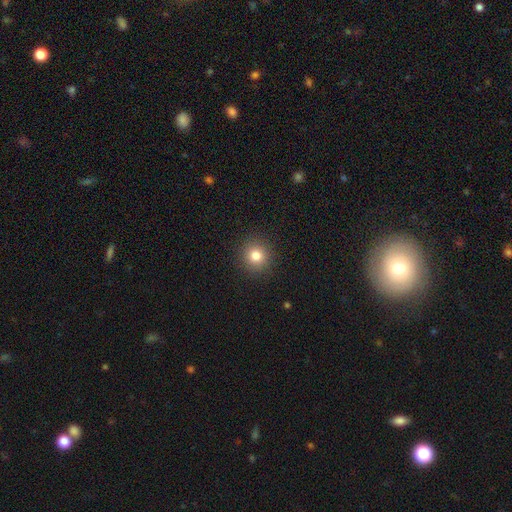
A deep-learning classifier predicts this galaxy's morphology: A smooth galaxy with no disk features (80%) that is round (93%).

Vote fractions:
- Smooth or featured? smooth: 80% / star or artifact: 13% / featured or disk: 7%
- How rounded? round: 93% / in between: 6% / cigar-shaped: 1%
- Merging? none: 92% / minor disturbance: 5% / major disturbance: 2% / merger: 1%